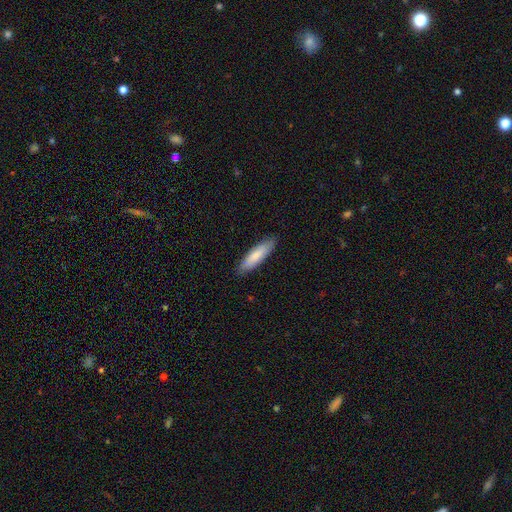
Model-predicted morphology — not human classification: A smooth galaxy with no disk features (82%) that is cigar-shaped (69%). Merging: none (88%).